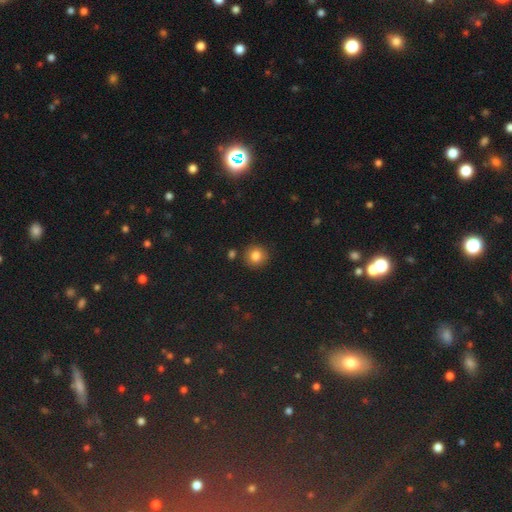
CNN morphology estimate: The model was most divided on "smooth or featured": smooth: 82%, star or artifact: 11%, featured or disk: 7%. More confident: how rounded — round (90%); merging — none (85%).